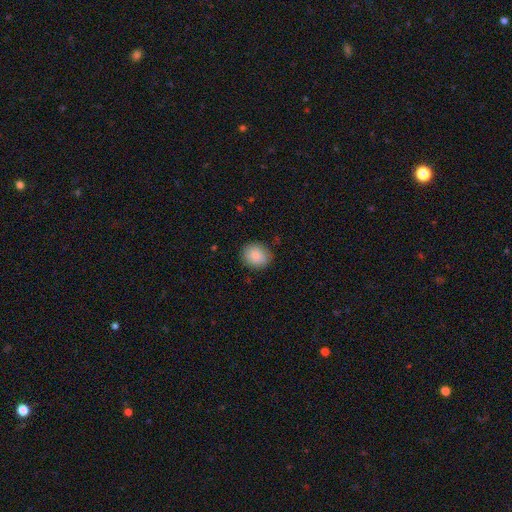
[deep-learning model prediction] smooth-or-featured: smooth: 85% | star or artifact: 8% | featured or disk: 7%
  how-rounded: round: 70% | in between: 29% | cigar-shaped: 1%
  merging: none: 84% | minor disturbance: 12% | major disturbance: 3% | merger: 1%